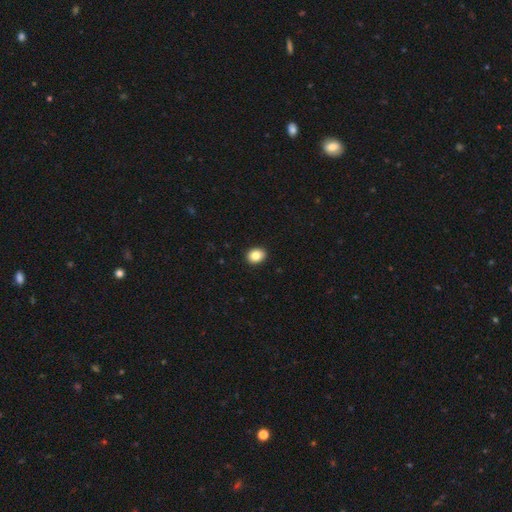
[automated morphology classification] smooth 84%, star or artifact 9%, featured or disk 6%. Down the decision tree: how rounded — round (56%); merging — none (92%).